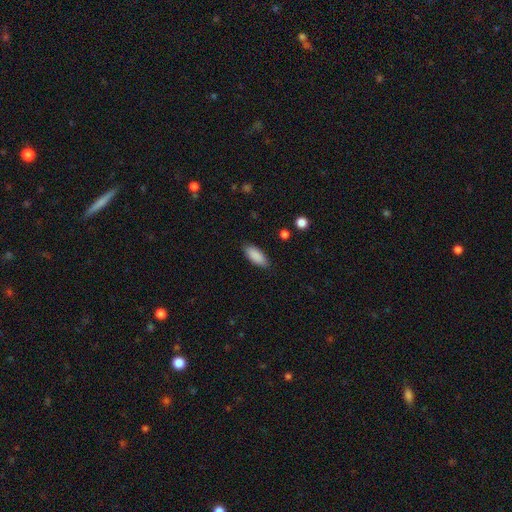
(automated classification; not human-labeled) smooth 89%, star or artifact 7%, featured or disk 4%. Down the decision tree: how rounded — in between (80%); merging — none (87%).